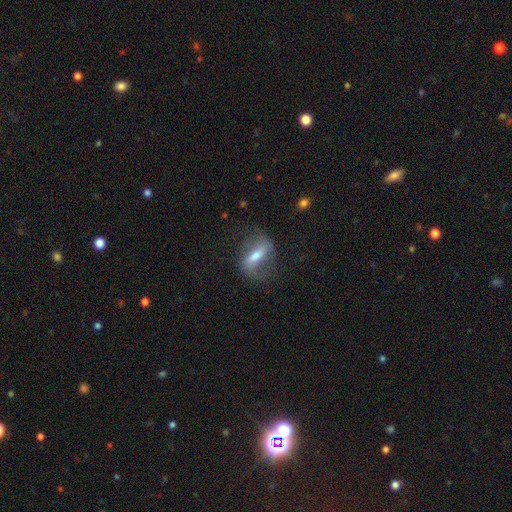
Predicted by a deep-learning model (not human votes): smooth-or-featured: featured or disk: 58% | smooth: 34% | star or artifact: 9%
  disk-edge-on: no: 84% | yes: 16%
  merging: none: 63% | minor disturbance: 19% | major disturbance: 16% | merger: 2%